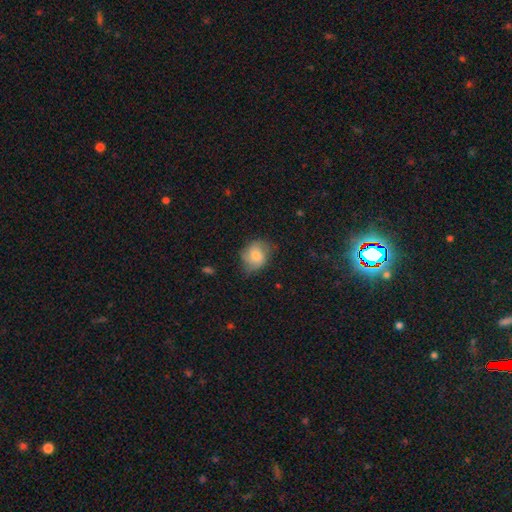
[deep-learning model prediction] Smooth or featured? Predicted: smooth (p=0.68). How rounded? Predicted: round (p=0.61). Merging? Predicted: none (p=0.58).